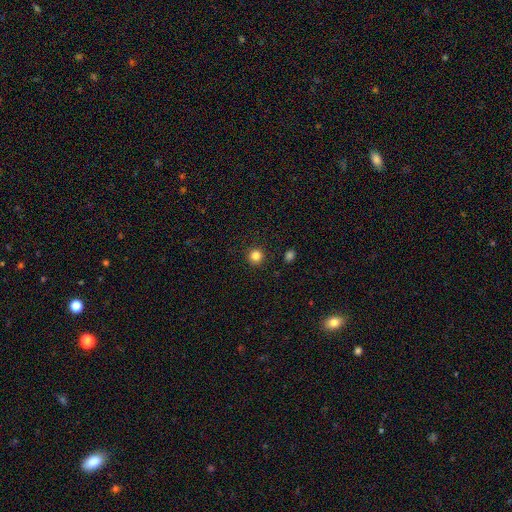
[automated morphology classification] Smooth or featured: smooth — 84% (star or artifact — 12%)
How rounded: round — 95% (in between — 4%)
Merging: none — 92% (minor disturbance — 5%)